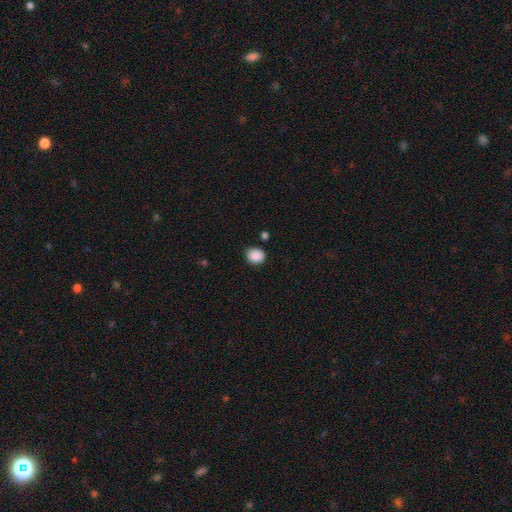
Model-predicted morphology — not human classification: Smooth or featured? smooth (89%)
How rounded? round (65%)
Merging? none (85%)